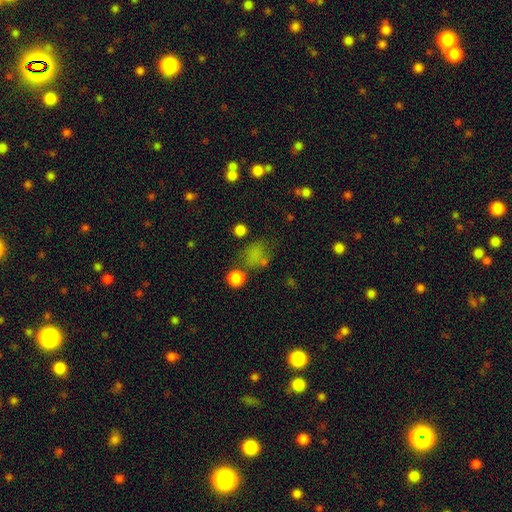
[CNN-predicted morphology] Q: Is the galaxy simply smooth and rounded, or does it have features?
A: smooth — 68%.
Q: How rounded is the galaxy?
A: round — 61%.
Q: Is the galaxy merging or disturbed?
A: none — 52%.